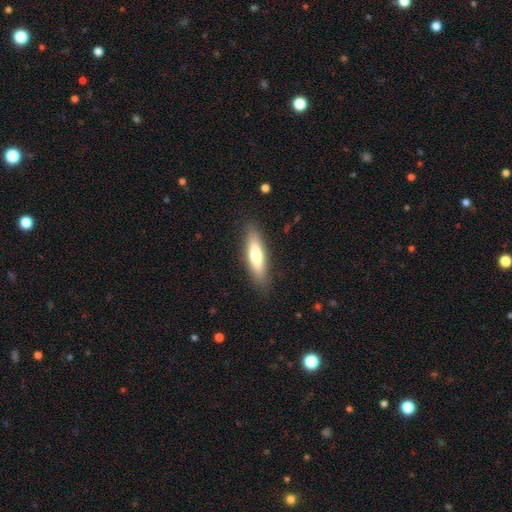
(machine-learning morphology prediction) This appears to be a smooth galaxy with no disk features (66%) that is cigar-shaped (65%). Merging: none (85%).